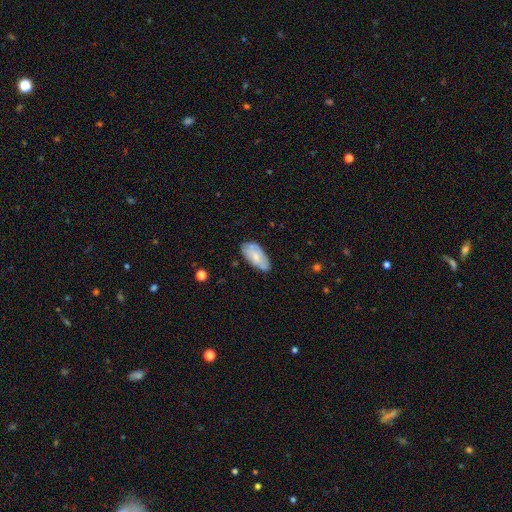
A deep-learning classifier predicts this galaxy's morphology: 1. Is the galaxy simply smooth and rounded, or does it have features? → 64% smooth, 30% featured or disk, 6% star or artifact.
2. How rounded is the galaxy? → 93% in between, 5% cigar-shaped, 2% round.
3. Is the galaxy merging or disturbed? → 64% none, 28% minor disturbance, 6% major disturbance, 3% merger.